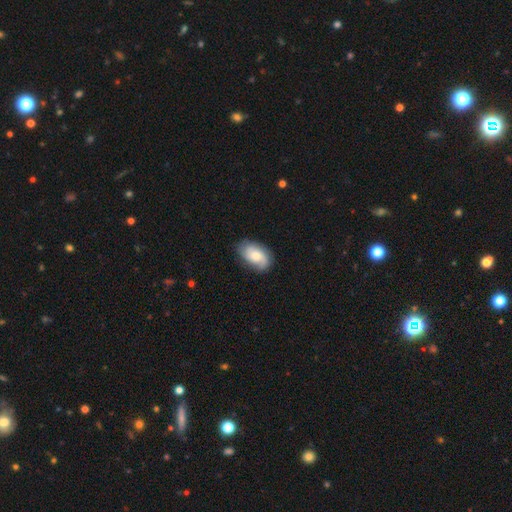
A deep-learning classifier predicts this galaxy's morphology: A featured or disk galaxy (50%). Merging: none (76%).